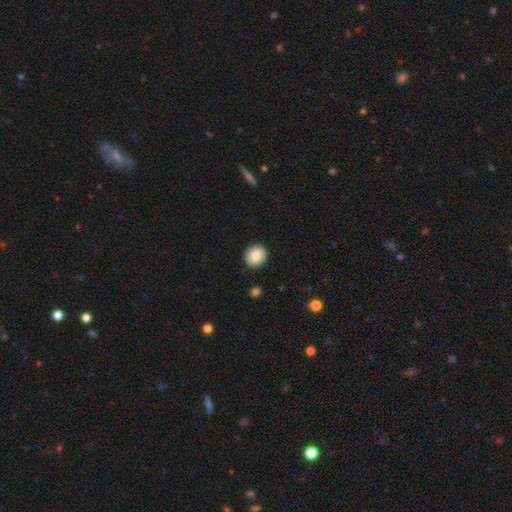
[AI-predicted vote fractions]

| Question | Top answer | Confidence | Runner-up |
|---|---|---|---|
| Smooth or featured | smooth | 83% | featured or disk (9%) |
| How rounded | round | 80% | in between (20%) |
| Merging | none | 91% | minor disturbance (6%) |